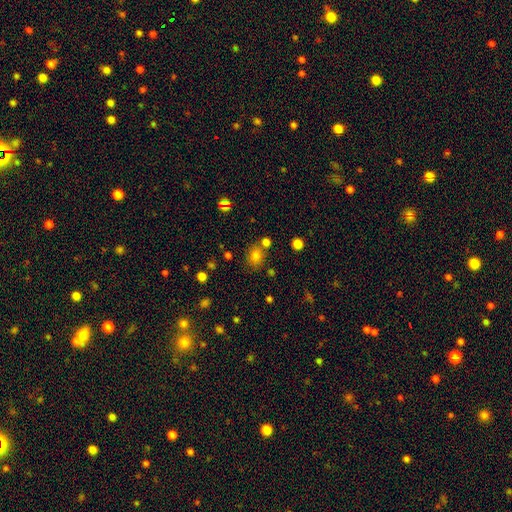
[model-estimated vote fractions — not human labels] smooth 77%, star or artifact 14%, featured or disk 8%. Down the decision tree: how rounded — round (57%); merging — none (69%).